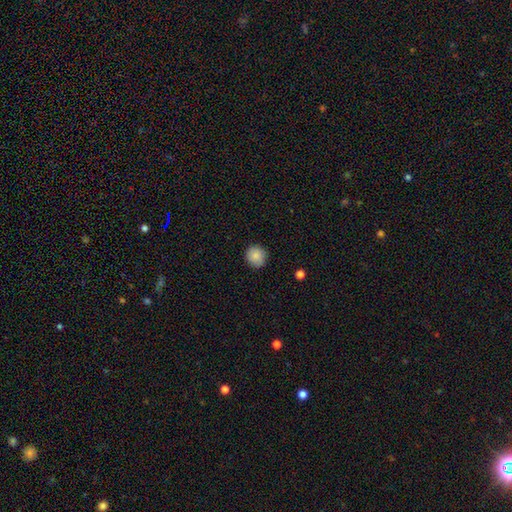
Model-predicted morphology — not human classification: Smooth or featured? smooth (87%)
How rounded? round (92%)
Merging? none (90%)